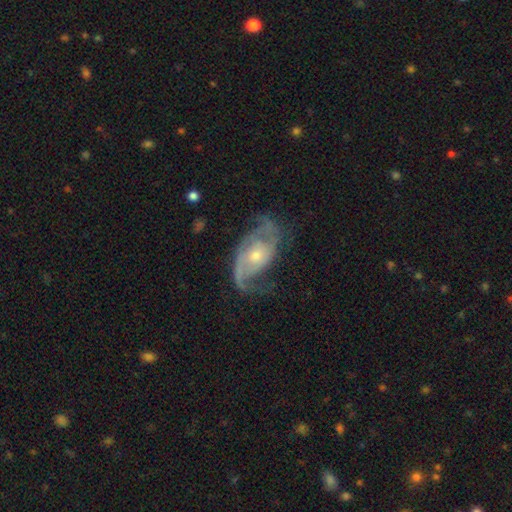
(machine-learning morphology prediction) Smooth or featured?
  - featured or disk: 86% *
  - smooth: 9%
  - star or artifact: 5%
Edge-on disk?
  - no: 96% *
  - yes: 4%
Bar?
  - no: 71% *
  - weak: 24%
  - strong: 5%
Spiral arms?
  - yes: 94% *
  - no: 6%
Spiral winding?
  - medium: 45% *
  - tight: 29%
  - loose: 25%
Spiral arm count?
  - 2: 69% *
  - can't tell: 12%
  - 3: 8%
  - 1: 6%
  - 4: 2%
  - more than 4: 2%
Bulge size?
  - moderate: 53% *
  - small: 41%
  - large: 4%
  - none: 2%
  - dominant: 1%
Merging?
  - none: 60% *
  - minor disturbance: 22%
  - major disturbance: 17%
  - merger: 2%